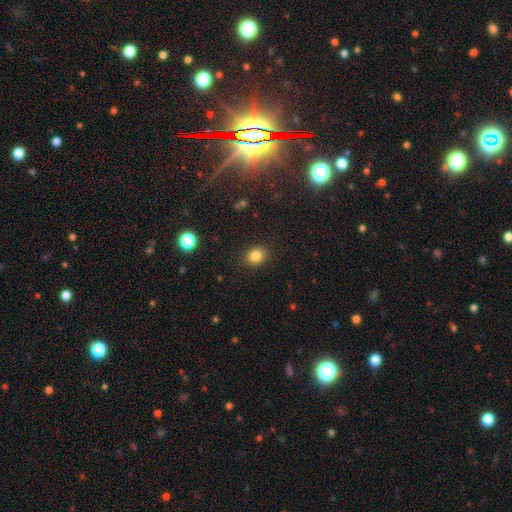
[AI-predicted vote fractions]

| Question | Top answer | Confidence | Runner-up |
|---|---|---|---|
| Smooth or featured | smooth | 83% | star or artifact (12%) |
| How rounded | round | 65% | in between (34%) |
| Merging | none | 88% | minor disturbance (8%) |